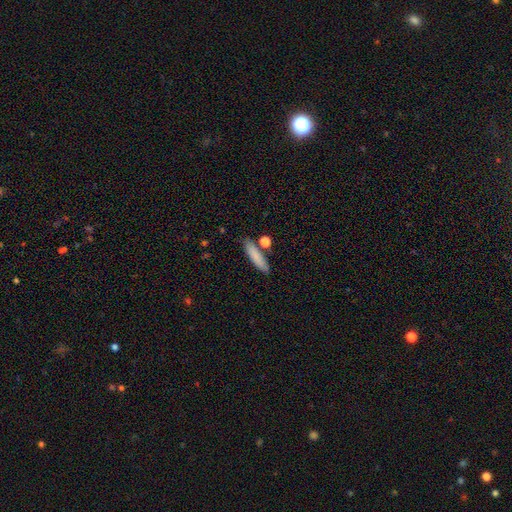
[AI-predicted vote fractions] The model was most divided on "how rounded": cigar-shaped: 73%, in between: 24%, round: 3%. More confident: smooth or featured — smooth (82%); merging — none (78%).